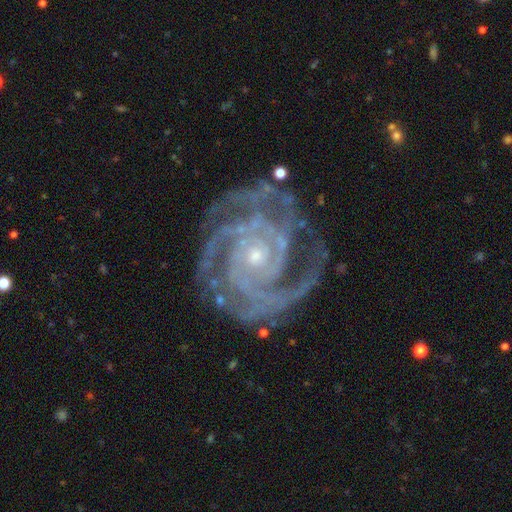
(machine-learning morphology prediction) Q: Smooth or featured?
A: featured or disk (92%); runner-up: star or artifact (5%)
Q: Edge-on disk?
A: no (98%); runner-up: yes (2%)
Q: Bar?
A: no (70%); runner-up: weak (19%)
Q: Spiral arms?
A: yes (99%); runner-up: no (1%)
Q: Spiral winding?
A: tight (79%); runner-up: medium (19%)
Q: Spiral arm count?
A: 2 (29%); runner-up: 3 (28%)
Q: Bulge size?
A: small (74%); runner-up: moderate (22%)
Q: Merging?
A: none (75%); runner-up: minor disturbance (17%)